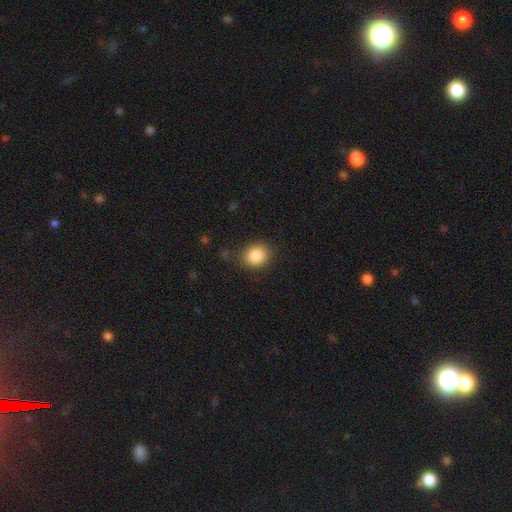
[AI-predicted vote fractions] The model was most divided on "how rounded": round: 61%, in between: 38%, cigar-shaped: 1%. More confident: smooth or featured — smooth (86%); merging — none (79%).